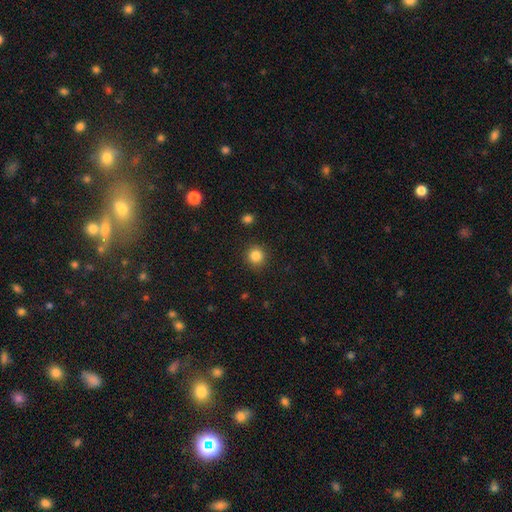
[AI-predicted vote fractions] Smooth or featured? smooth (85%)
How rounded? round (92%)
Merging? none (90%)